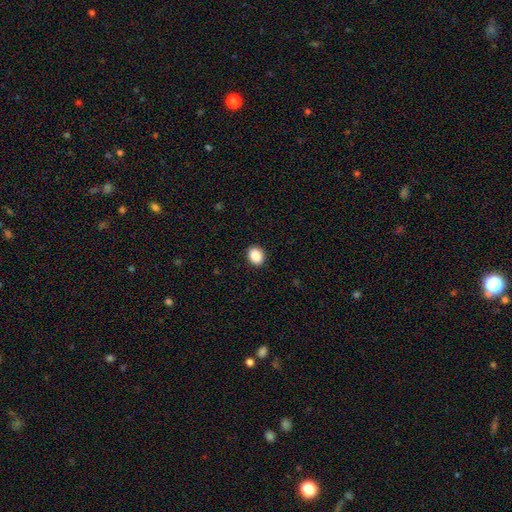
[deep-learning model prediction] Smooth or featured? Predicted: smooth (p=0.89). How rounded? Predicted: in between (p=0.55). Merging? Predicted: none (p=0.91).